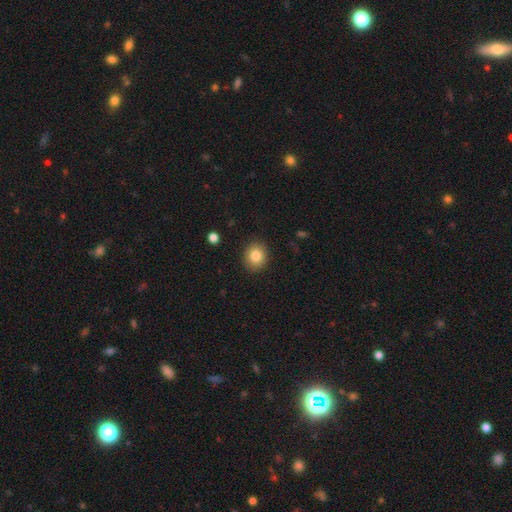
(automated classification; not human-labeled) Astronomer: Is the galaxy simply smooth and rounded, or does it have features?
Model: smooth — 83%.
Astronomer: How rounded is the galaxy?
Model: round — 68%.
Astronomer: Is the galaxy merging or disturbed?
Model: none — 89%.